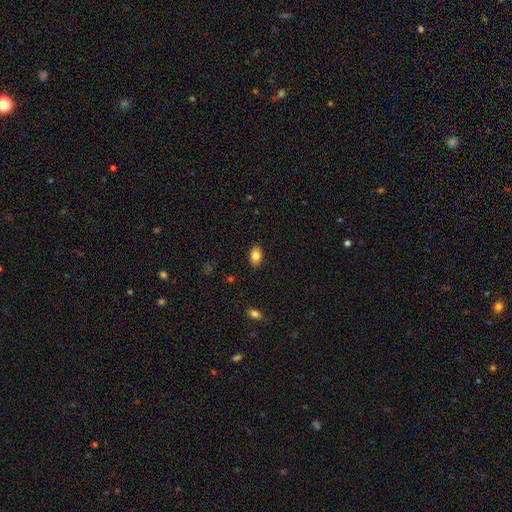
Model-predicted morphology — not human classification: smooth_or_featured: smooth (p=0.83) [alt: featured or disk p=0.09]
how_rounded: in between (p=0.88) [alt: round p=0.11]
merging: none (p=0.88) [alt: minor disturbance p=0.09]